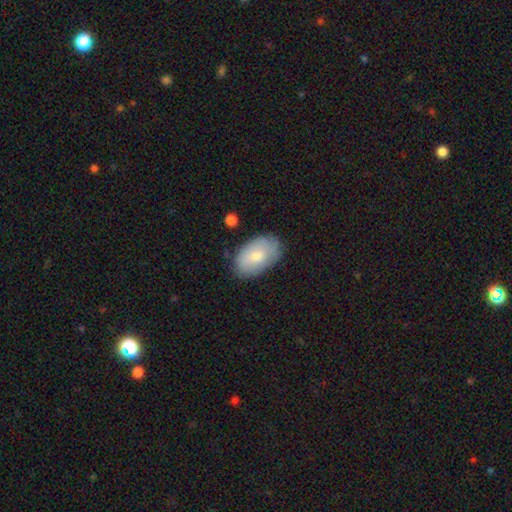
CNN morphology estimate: type=smooth (73%); roundness=in between (93%); merging=none (75%).